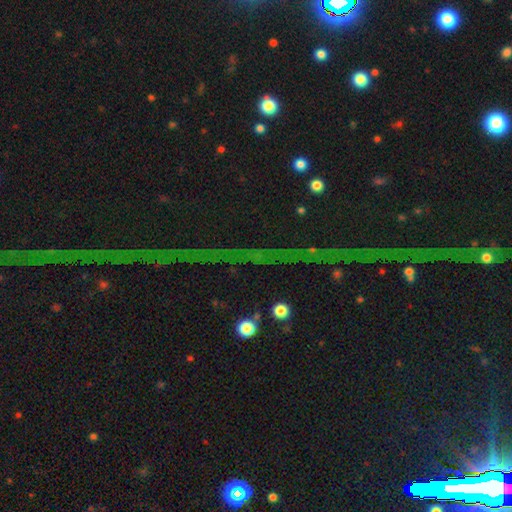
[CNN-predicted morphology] smooth_or_featured: star or artifact (p=0.82) [alt: featured or disk p=0.10]